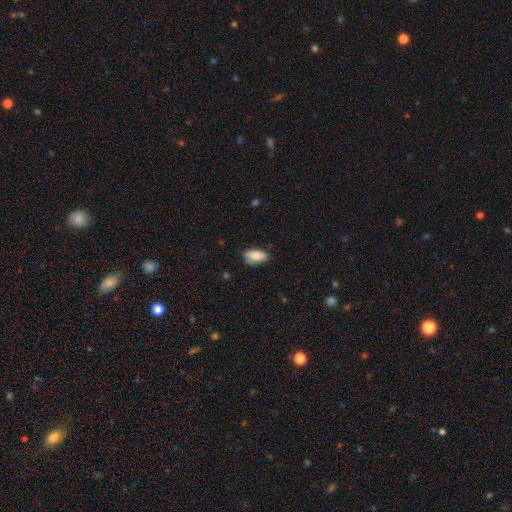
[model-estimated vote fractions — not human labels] Morphology: type=smooth (86%); roundness=in between (92%); merging=none (72%).